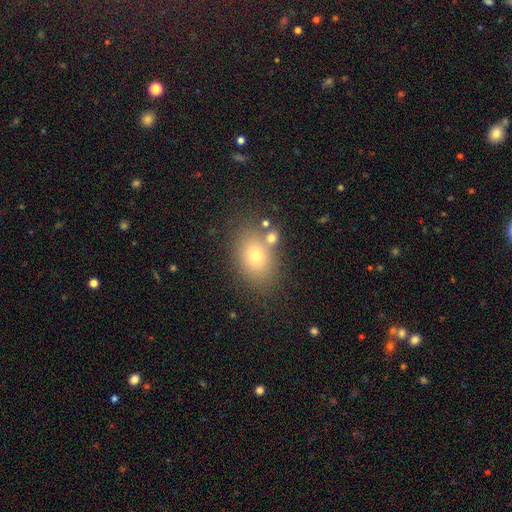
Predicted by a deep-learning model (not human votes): smooth_or_featured: smooth (p=0.75) [alt: featured or disk p=0.13]
how_rounded: in between (p=0.79) [alt: round p=0.19]
merging: none (p=0.73) [alt: minor disturbance p=0.13]